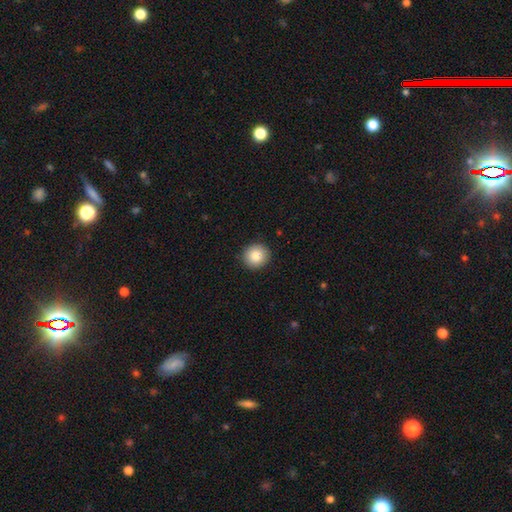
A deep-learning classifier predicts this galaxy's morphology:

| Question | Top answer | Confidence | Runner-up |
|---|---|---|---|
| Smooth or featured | smooth | 86% | star or artifact (9%) |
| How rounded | round | 92% | in between (7%) |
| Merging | none | 91% | minor disturbance (6%) |